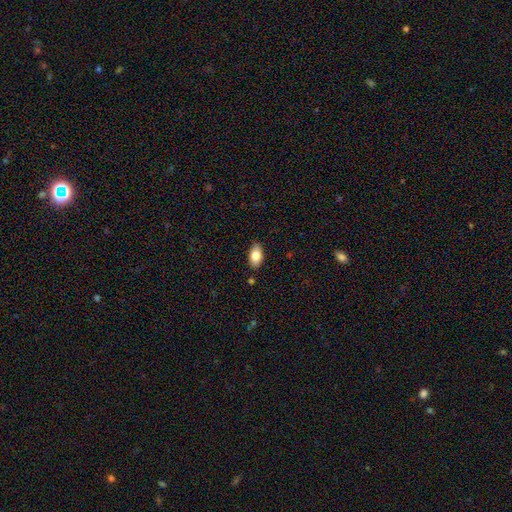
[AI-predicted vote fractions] Smooth or featured: smooth — 83% (featured or disk — 10%)
How rounded: in between — 92% (round — 5%)
Merging: none — 85% (minor disturbance — 11%)